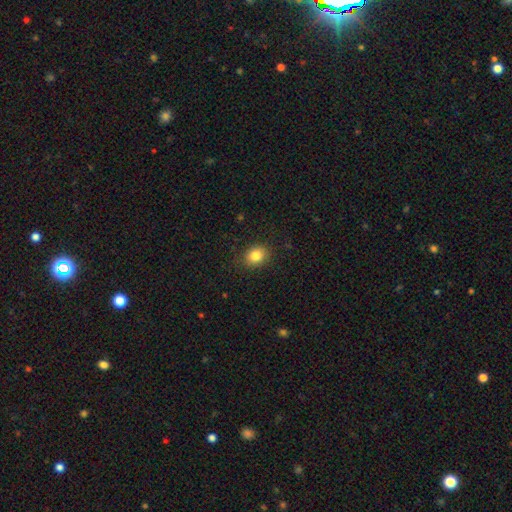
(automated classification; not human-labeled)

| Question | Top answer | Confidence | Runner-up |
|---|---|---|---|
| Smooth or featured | smooth | 83% | star or artifact (10%) |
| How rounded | round | 57% | in between (42%) |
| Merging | none | 86% | minor disturbance (10%) |